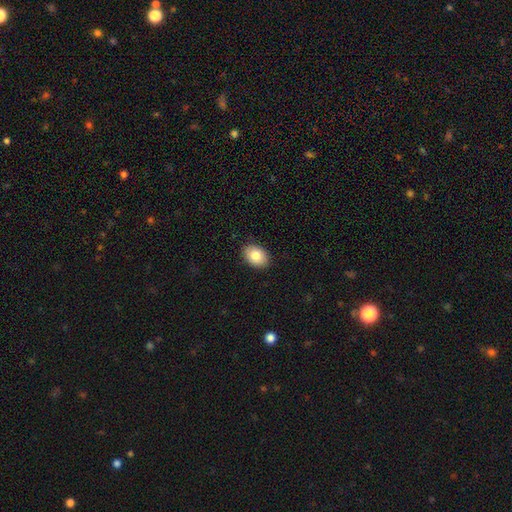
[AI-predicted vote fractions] Smooth or featured?
  - smooth: 84% *
  - featured or disk: 9%
  - star or artifact: 7%
How rounded?
  - in between: 79% *
  - round: 20%
  - cigar-shaped: 1%
Merging?
  - none: 89% *
  - minor disturbance: 8%
  - major disturbance: 2%
  - merger: 1%